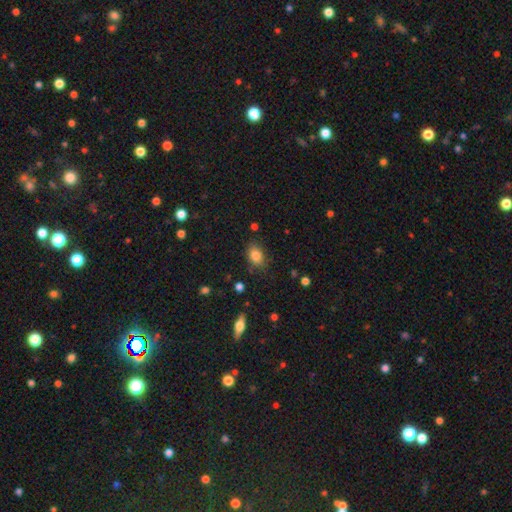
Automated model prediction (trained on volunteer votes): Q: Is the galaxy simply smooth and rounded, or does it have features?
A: smooth — 83%.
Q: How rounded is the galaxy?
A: in between — 71%.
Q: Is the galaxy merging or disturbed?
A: none — 77%.